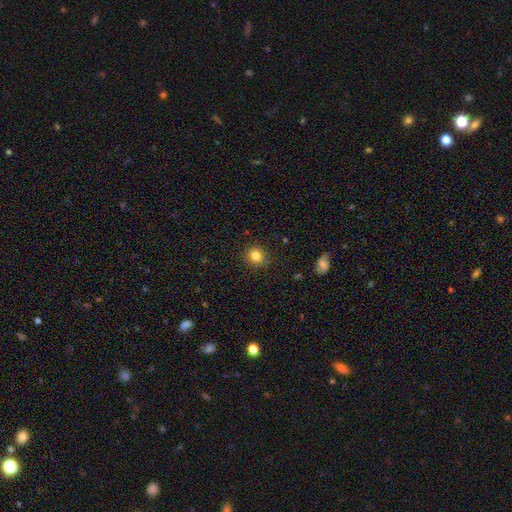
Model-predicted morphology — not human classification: smooth-or-featured: smooth: 83% | star or artifact: 11% | featured or disk: 6%
  how-rounded: round: 85% | in between: 14% | cigar-shaped: 1%
  merging: none: 87% | minor disturbance: 9% | major disturbance: 3% | merger: 1%